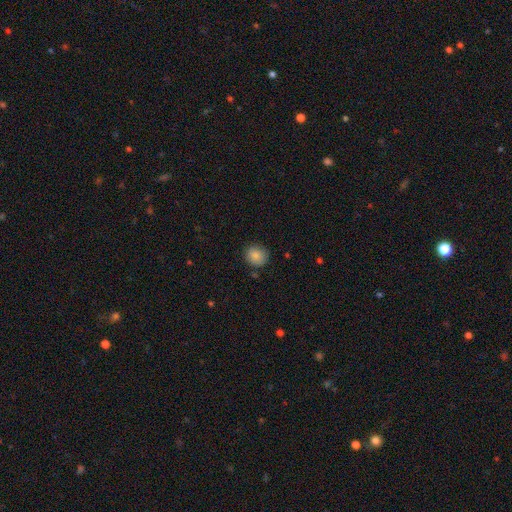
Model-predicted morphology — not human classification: Smooth or featured? smooth (85%)
How rounded? round (84%)
Merging? none (85%)